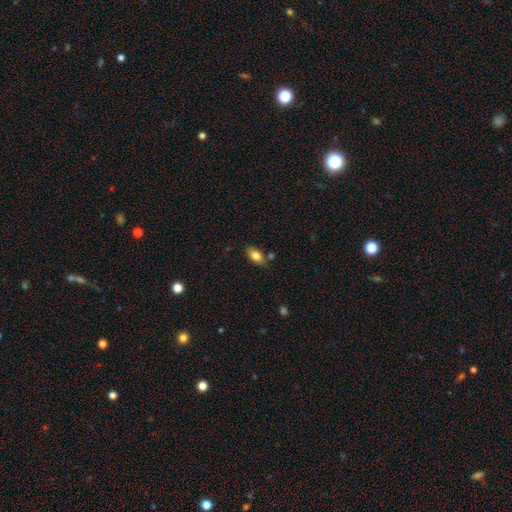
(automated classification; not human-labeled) This appears to be a smooth galaxy with no disk features (80%) that is in between round and cigar-shaped (88%). Merging: none (74%).